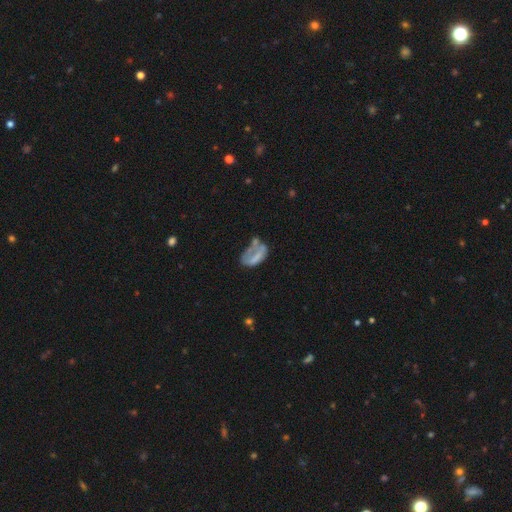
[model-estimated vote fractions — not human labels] Overall: smooth (48%; featured or disk 41%). Merging: major disturbance (33%; none 28%).